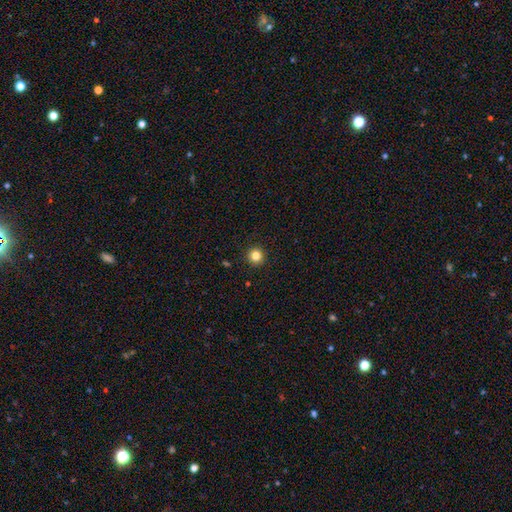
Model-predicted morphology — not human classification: A smooth galaxy with no disk features (84%) that is round (96%). Merging: none (93%).